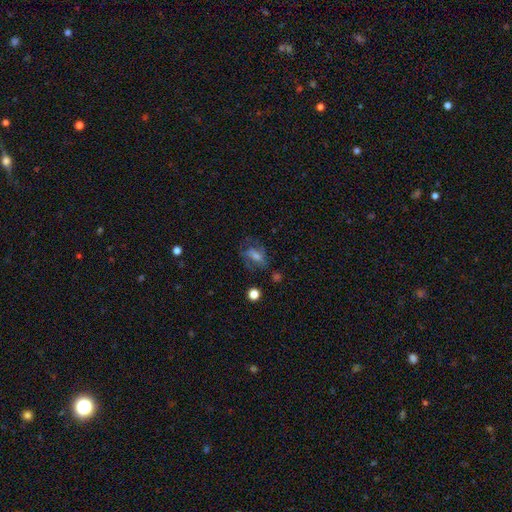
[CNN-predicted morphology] smooth_or_featured: featured or disk (p=0.50) [alt: smooth p=0.33]
disk_edge_on: no (p=0.93) [alt: yes p=0.07]
merging: none (p=0.59) [alt: minor disturbance p=0.20]